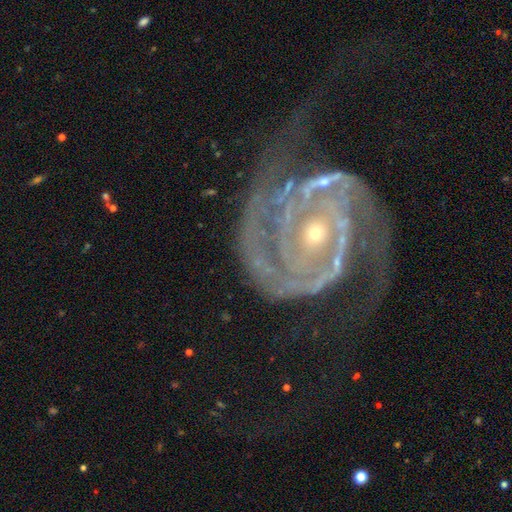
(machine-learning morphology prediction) A featured or disk galaxy (91%) with no bar (61%), 2 (61%) tight (66%) spiral arms (98%) and a small central bulge (77%).

Vote fractions:
- Smooth or featured? featured or disk: 91% / star or artifact: 6% / smooth: 3%
- Edge-on disk? no: 98% / yes: 2%
- Bar? no: 61% / weak: 23% / strong: 15%
- Spiral arms? yes: 98% / no: 2%
- Spiral winding? tight: 66% / medium: 27% / loose: 7%
- Spiral arm count? 2: 61% / 3: 12% / can't tell: 10% / 4: 6% / 1: 6% / more than 4: 5%
- Bulge size? small: 77% / moderate: 20% / large: 1% / none: 1% / dominant: 1%
- Merging? none: 50% / major disturbance: 24% / minor disturbance: 20% / merger: 6%